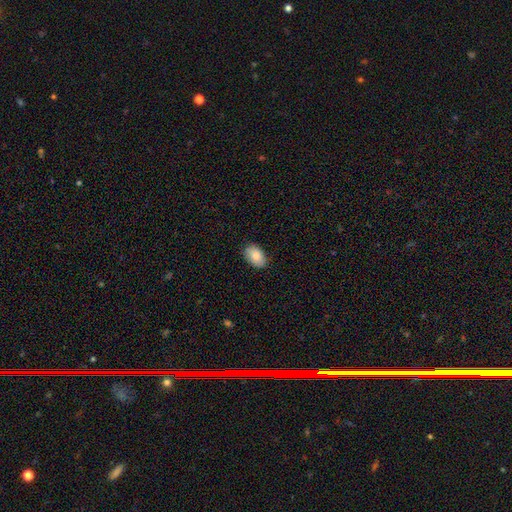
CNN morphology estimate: type=smooth (85%); roundness=in between (90%); merging=none (87%).